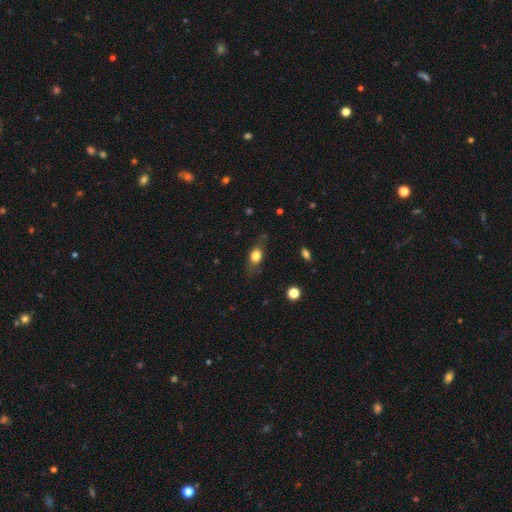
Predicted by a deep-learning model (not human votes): Smooth or featured?
  - smooth: 76% *
  - featured or disk: 15%
  - star or artifact: 9%
How rounded?
  - in between: 70% *
  - round: 22%
  - cigar-shaped: 8%
Merging?
  - none: 69% *
  - minor disturbance: 21%
  - major disturbance: 8%
  - merger: 2%